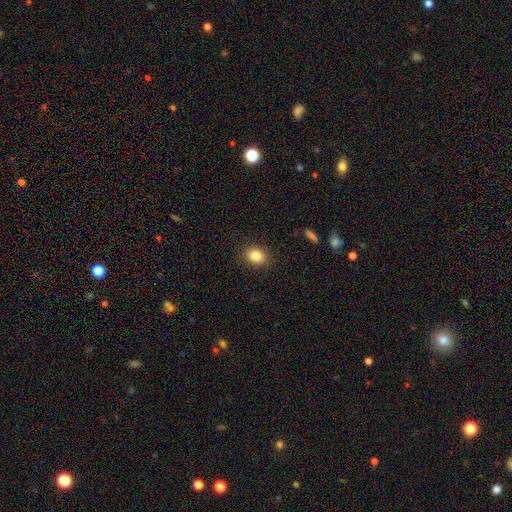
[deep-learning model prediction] Morphology: type=smooth (84%); roundness=round (56%); merging=none (88%).